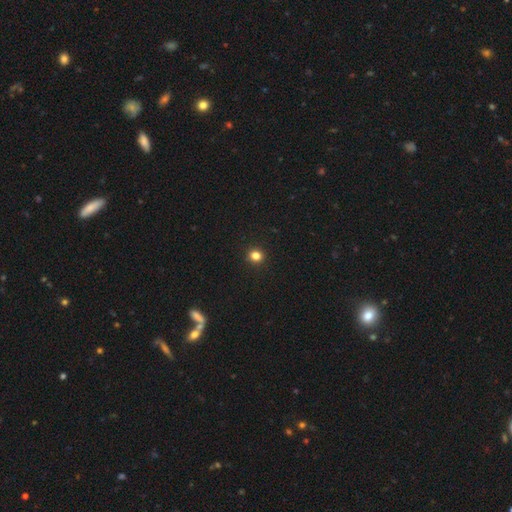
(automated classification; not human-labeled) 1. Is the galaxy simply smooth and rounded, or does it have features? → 82% smooth, 14% star or artifact, 4% featured or disk.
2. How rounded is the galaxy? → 88% round, 11% in between, 1% cigar-shaped.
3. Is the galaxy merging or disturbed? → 93% none, 5% minor disturbance, 2% major disturbance, 1% merger.